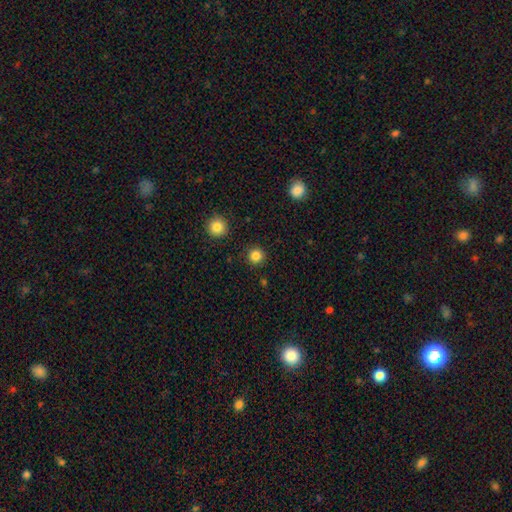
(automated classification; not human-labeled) Smooth or featured? smooth (84%)
How rounded? round (95%)
Merging? none (91%)